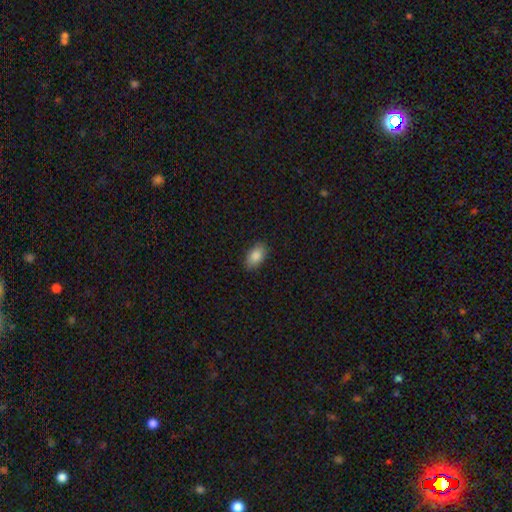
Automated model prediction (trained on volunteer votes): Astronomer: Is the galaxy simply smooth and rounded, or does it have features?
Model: smooth — 88%.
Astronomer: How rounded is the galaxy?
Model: in between — 93%.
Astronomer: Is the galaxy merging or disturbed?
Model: none — 87%.